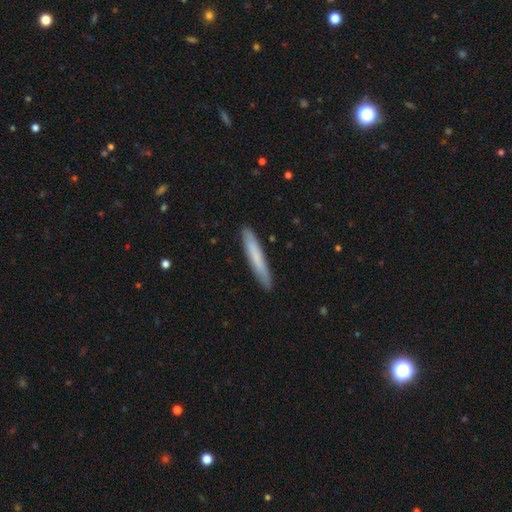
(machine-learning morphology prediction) smooth_or_featured: smooth (p=0.71) [alt: featured or disk p=0.23]
how_rounded: cigar-shaped (p=0.95) [alt: in between p=0.04]
merging: none (p=0.89) [alt: minor disturbance p=0.08]